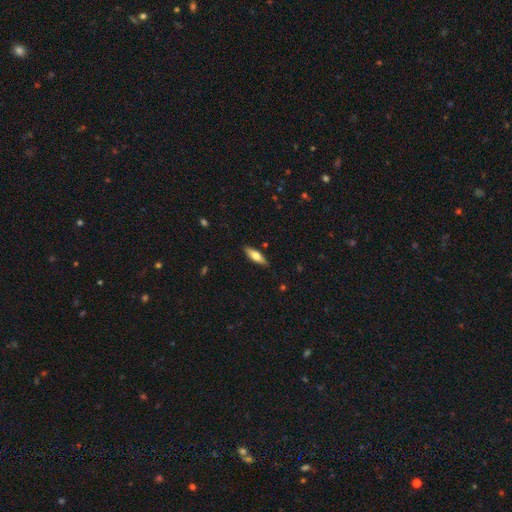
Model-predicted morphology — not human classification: A smooth galaxy with no disk features (64%) that is in between round and cigar-shaped (50%). Merging: none (87%).